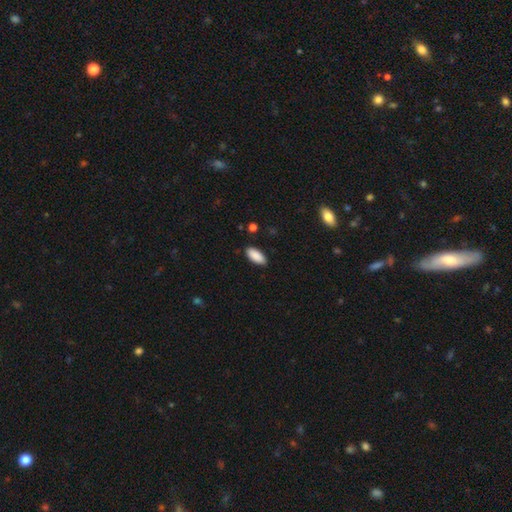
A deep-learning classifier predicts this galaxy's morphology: smooth-or-featured: smooth: 90% | star or artifact: 6% | featured or disk: 4%
  how-rounded: in between: 89% | cigar-shaped: 9% | round: 2%
  merging: none: 88% | minor disturbance: 9% | major disturbance: 2% | merger: 1%